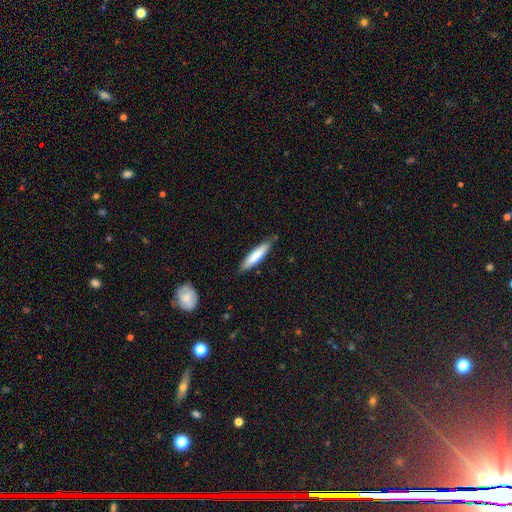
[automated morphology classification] Smooth or featured: smooth — 77% (featured or disk — 18%)
How rounded: cigar-shaped — 82% (in between — 17%)
Merging: none — 82% (minor disturbance — 14%)